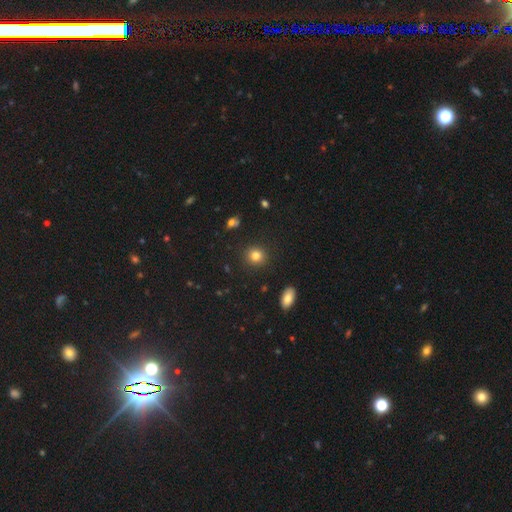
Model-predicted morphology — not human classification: Overall: smooth (82%). How rounded: round (86%). Merging: none (90%).